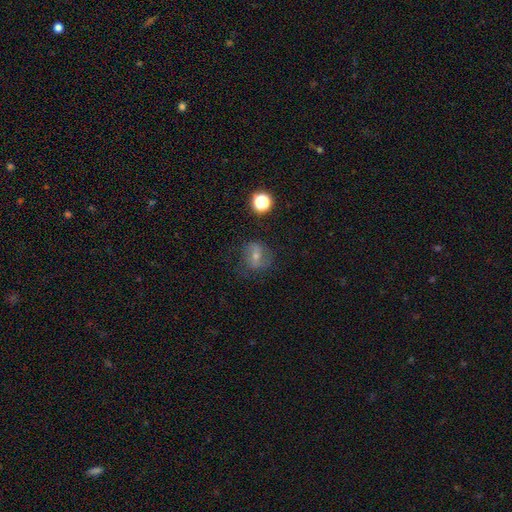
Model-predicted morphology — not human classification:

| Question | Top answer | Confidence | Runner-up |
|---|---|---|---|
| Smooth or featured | featured or disk | 44% | smooth (41%) |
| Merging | none | 68% | minor disturbance (19%) |